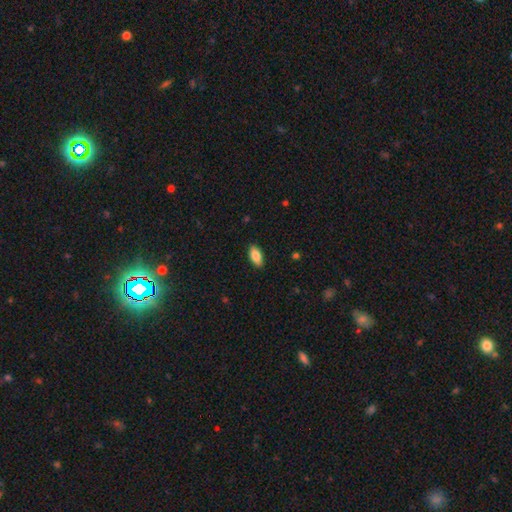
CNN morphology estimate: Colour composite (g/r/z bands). It shows a smooth galaxy with no disk features (86%) that is in between round and cigar-shaped (91%). Merging: none (88%).